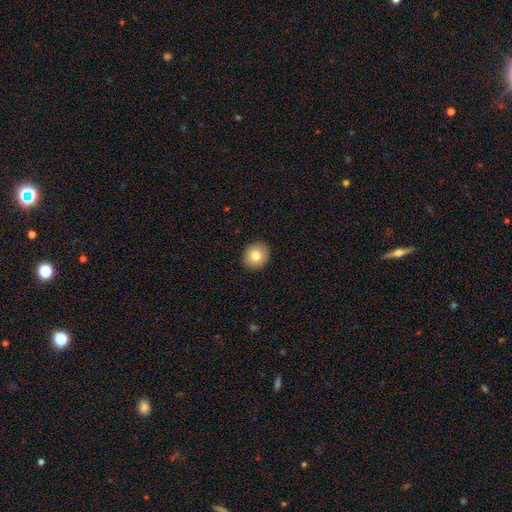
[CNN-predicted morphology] A smooth galaxy with no disk features (80%) that is round (84%).

Vote fractions:
- Smooth or featured? smooth: 80% / featured or disk: 11% / star or artifact: 9%
- How rounded? round: 84% / in between: 15% / cigar-shaped: 1%
- Merging? none: 91% / minor disturbance: 6% / major disturbance: 2% / merger: 1%